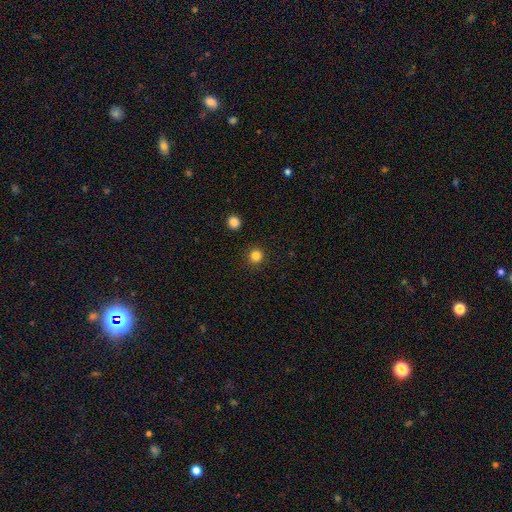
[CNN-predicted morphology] This appears to be a smooth galaxy with no disk features (83%) that is round (94%). Merging: none (91%).